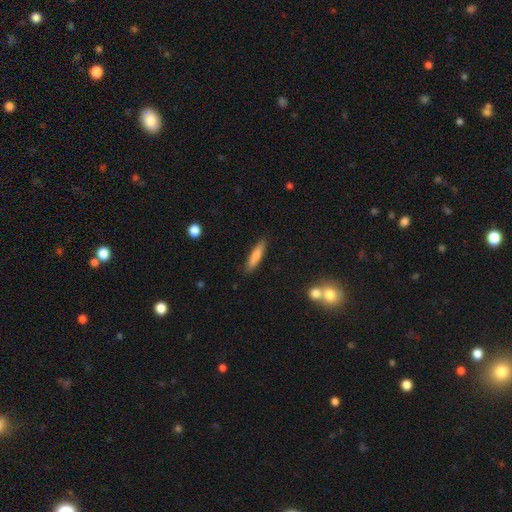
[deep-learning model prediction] Q: Smooth or featured?
A: smooth (82%); runner-up: featured or disk (12%)
Q: How rounded?
A: cigar-shaped (82%); runner-up: in between (17%)
Q: Merging?
A: none (87%); runner-up: minor disturbance (9%)